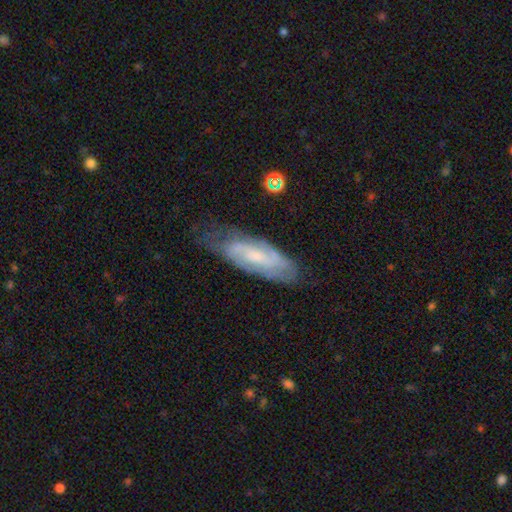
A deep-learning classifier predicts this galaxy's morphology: Smooth or featured?
  - featured or disk: 70% *
  - smooth: 23%
  - star or artifact: 7%
Edge-on disk?
  - no: 84% *
  - yes: 16%
Bar?
  - no: 47% *
  - weak: 43%
  - strong: 10%
Spiral arms?
  - yes: 87% *
  - no: 13%
Spiral winding?
  - tight: 46% *
  - medium: 41%
  - loose: 13%
Spiral arm count?
  - 2: 45% *
  - can't tell: 39%
  - 3: 8%
  - 1: 4%
  - 4: 3%
  - more than 4: 2%
Bulge size?
  - small: 44% *
  - moderate: 35%
  - none: 15%
  - large: 4%
  - dominant: 1%
Merging?
  - none: 63% *
  - minor disturbance: 26%
  - major disturbance: 9%
  - merger: 2%